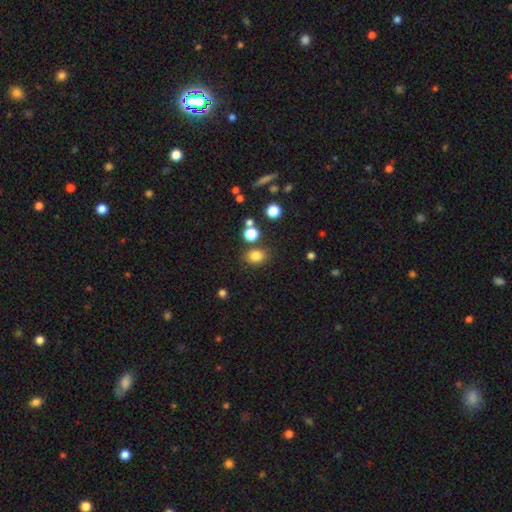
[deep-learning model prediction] This appears to be a smooth galaxy with no disk features (81%) that is round (51%). Merging: none (78%).